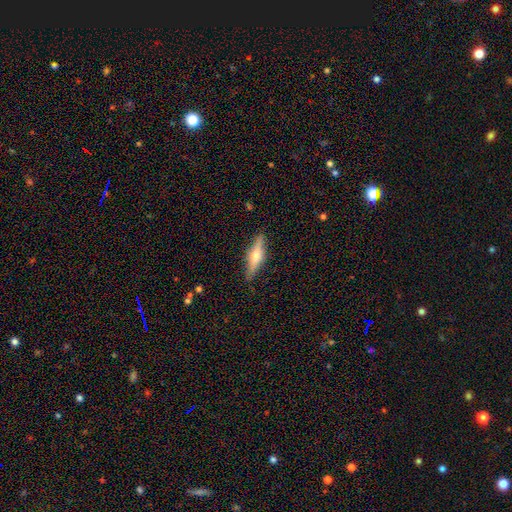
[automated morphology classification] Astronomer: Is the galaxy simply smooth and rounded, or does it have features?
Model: featured or disk — 59% (runner-up: smooth, 35%).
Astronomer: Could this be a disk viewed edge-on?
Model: yes — 94%.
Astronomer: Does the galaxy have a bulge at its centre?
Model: rounded — 90%.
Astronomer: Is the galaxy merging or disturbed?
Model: none — 87%.